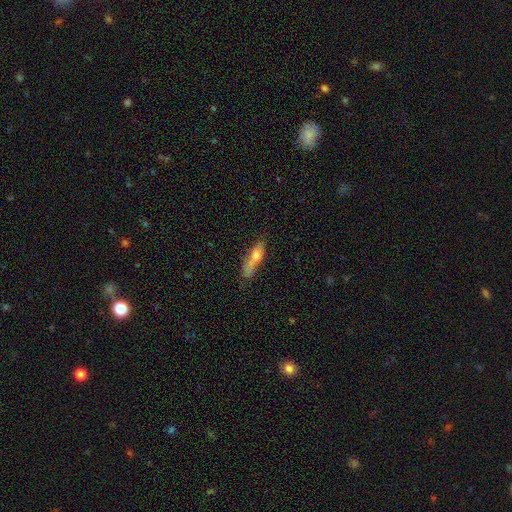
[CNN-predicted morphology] The model was most divided on "merging": none: 47%, minor disturbance: 23%, merger: 16%, major disturbance: 13%. More confident: how rounded — cigar-shaped (71%); smooth or featured — smooth (58%).